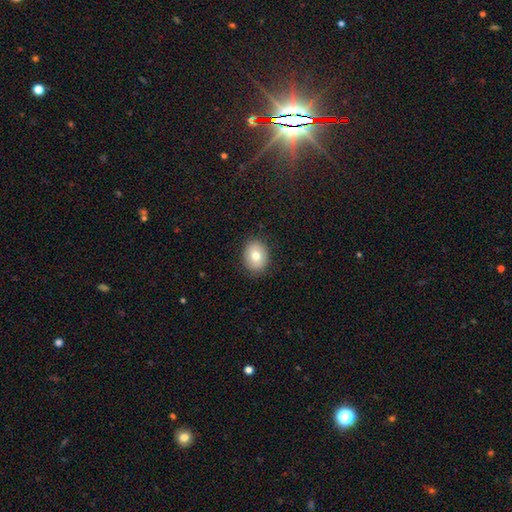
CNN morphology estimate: Smooth or featured? Predicted: smooth (p=0.76). How rounded? Predicted: in between (p=0.52). Merging? Predicted: none (p=0.87).